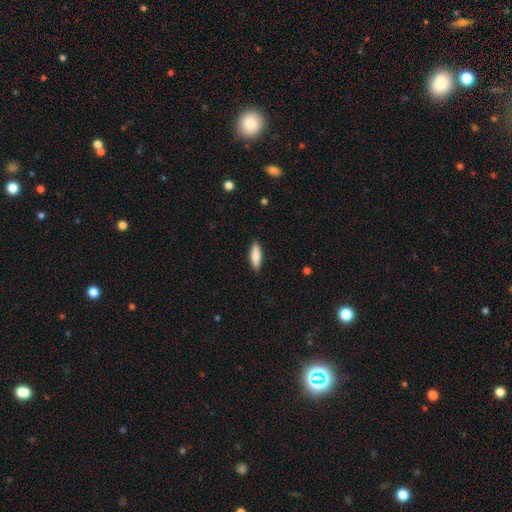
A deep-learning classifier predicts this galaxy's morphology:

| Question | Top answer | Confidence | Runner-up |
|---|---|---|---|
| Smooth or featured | smooth | 81% | featured or disk (13%) |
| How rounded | cigar-shaped | 54% | in between (44%) |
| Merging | none | 88% | minor disturbance (9%) |